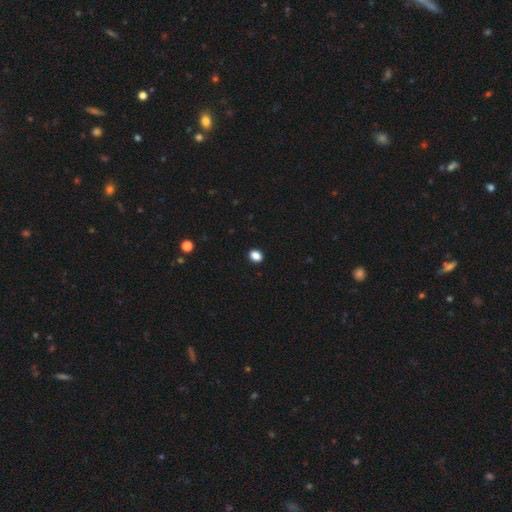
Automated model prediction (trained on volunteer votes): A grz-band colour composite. It shows a smooth galaxy with no disk features (87%) that is in between round and cigar-shaped (59%). Merging: none (91%).